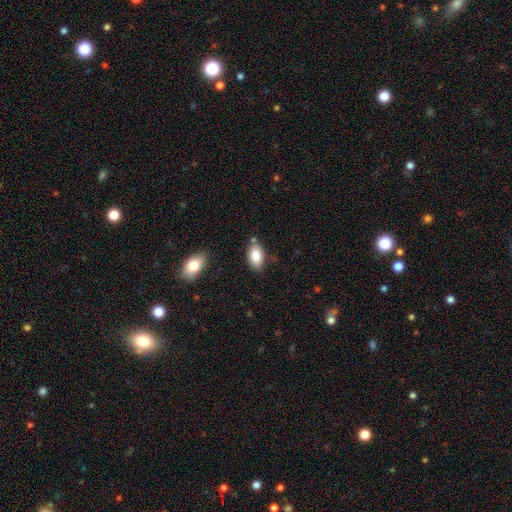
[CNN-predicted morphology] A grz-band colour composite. It shows a smooth galaxy with no disk features (84%) that is in between round and cigar-shaped (91%). Merging: none (75%).